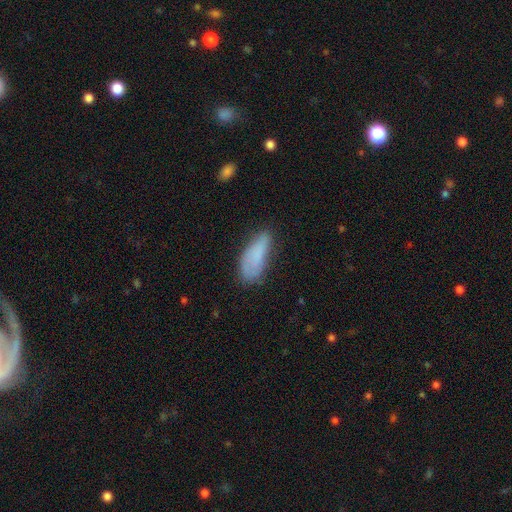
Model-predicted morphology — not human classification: This appears to be a smooth galaxy with no disk features (78%) that is in between round and cigar-shaped (73%). Merging: none (52%).